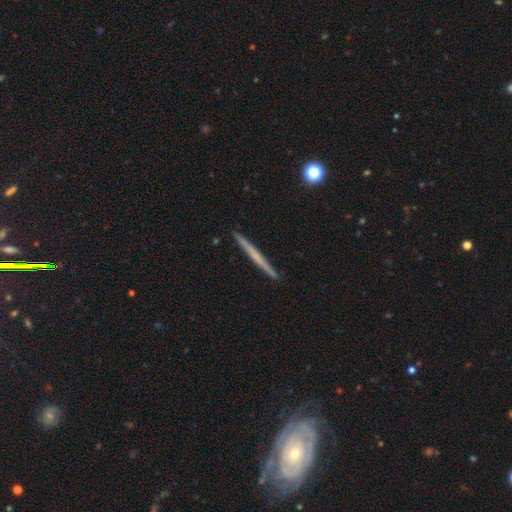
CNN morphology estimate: Smooth or featured? Predicted: featured or disk (p=0.52). Edge-on disk? Predicted: yes (p=0.98). Edge-on bulge? Predicted: none (p=0.85). Merging? Predicted: none (p=0.92).